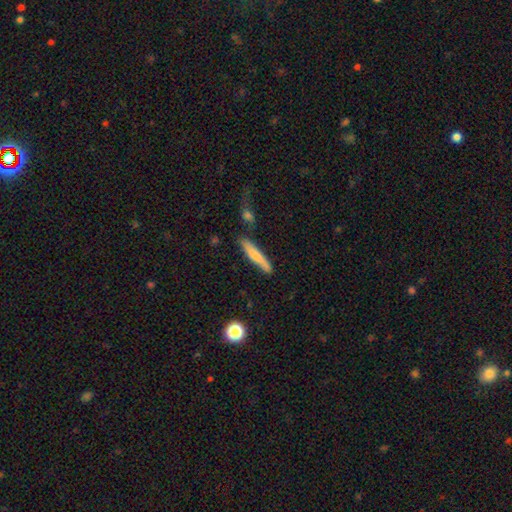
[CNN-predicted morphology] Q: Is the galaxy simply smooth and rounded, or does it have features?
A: smooth — 72%.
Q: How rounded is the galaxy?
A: cigar-shaped — 90%.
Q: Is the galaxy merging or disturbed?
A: none — 74%.